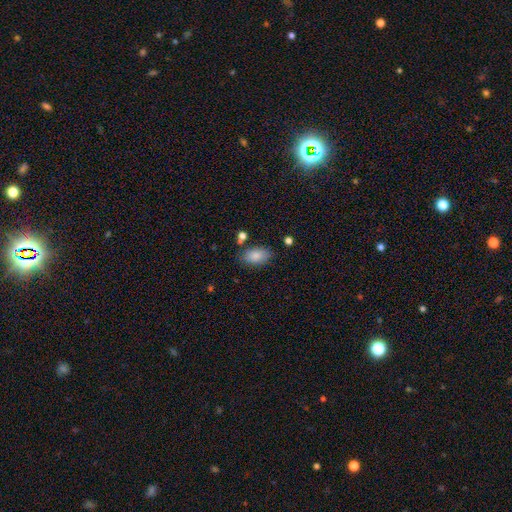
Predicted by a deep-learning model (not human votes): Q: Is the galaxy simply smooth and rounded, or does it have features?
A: smooth — 84%.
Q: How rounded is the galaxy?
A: in between — 92%.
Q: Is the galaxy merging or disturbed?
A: none — 77%.